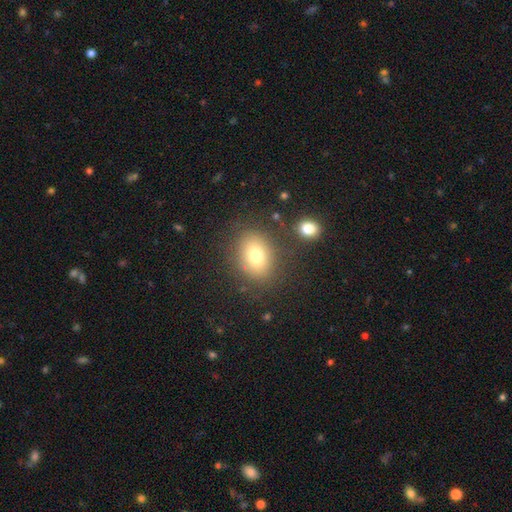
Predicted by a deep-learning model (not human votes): A smooth galaxy with no disk features (76%) that is in between round and cigar-shaped (69%). Merging: none (81%).